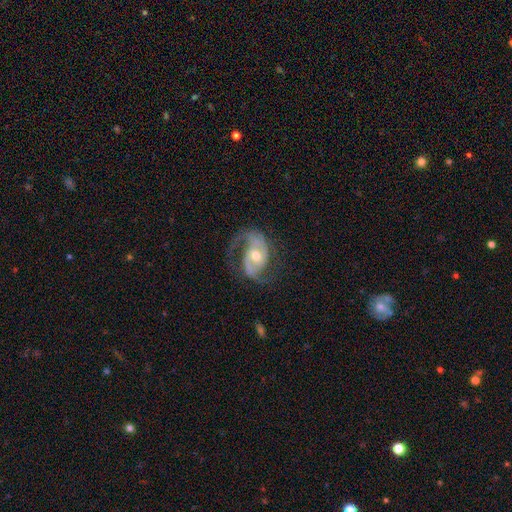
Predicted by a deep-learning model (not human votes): A featured or disk galaxy (88%) with no bar (45%), 2 (85%) medium (52%) spiral arms (96%) and a moderate central bulge (68%). Merging: none (64%).